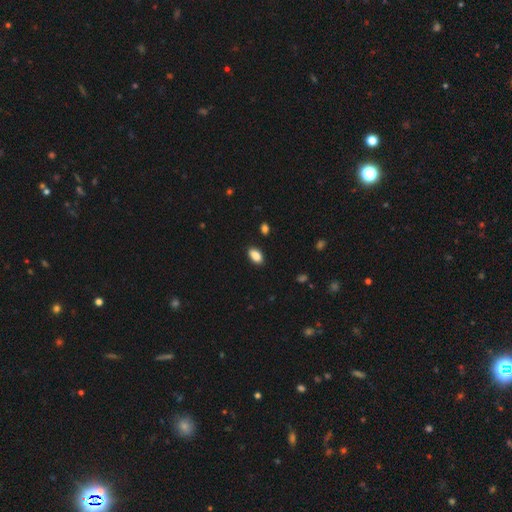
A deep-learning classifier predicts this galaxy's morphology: The model was most divided on "merging": none: 87%, minor disturbance: 10%, major disturbance: 2%, merger: 1%. More confident: how rounded — in between (92%); smooth or featured — smooth (89%).